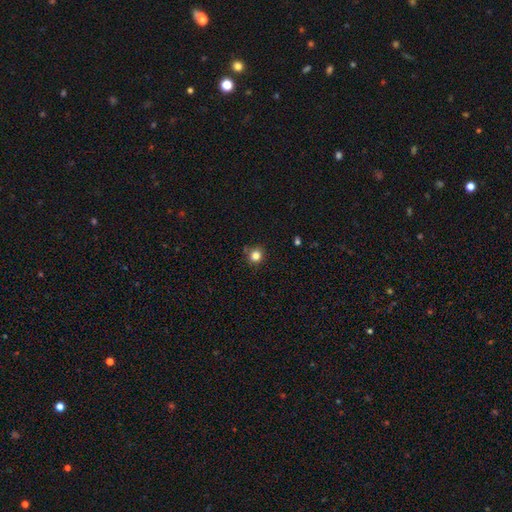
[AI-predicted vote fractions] Overall: smooth (82%). How rounded: round (89%). Merging: none (81%).